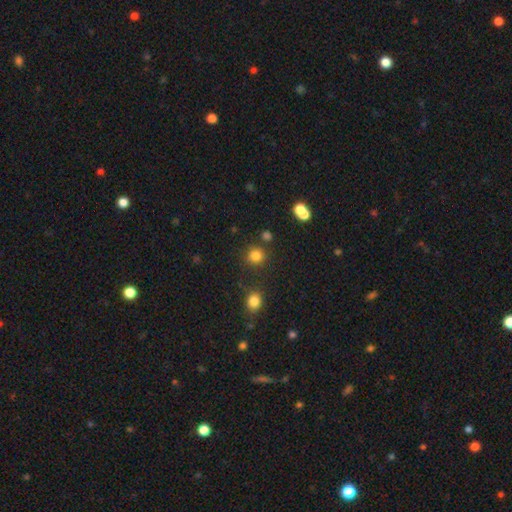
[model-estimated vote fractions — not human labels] Smooth or featured: smooth — 81% (star or artifact — 14%)
How rounded: round — 89% (in between — 10%)
Merging: none — 81% (minor disturbance — 9%)